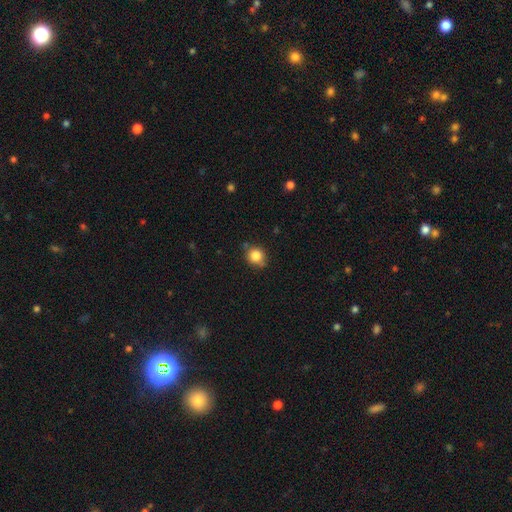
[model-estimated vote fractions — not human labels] A smooth galaxy with no disk features (83%) that is round (77%).

Vote fractions:
- Smooth or featured? smooth: 83% / star or artifact: 10% / featured or disk: 7%
- How rounded? round: 77% / in between: 22% / cigar-shaped: 1%
- Merging? none: 72% / minor disturbance: 20% / merger: 4% / major disturbance: 4%